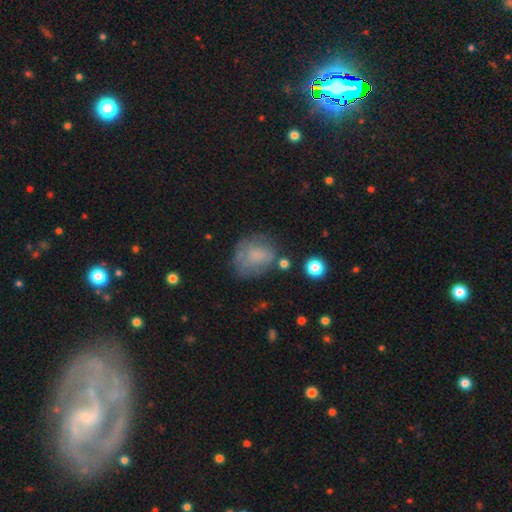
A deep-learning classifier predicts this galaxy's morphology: Smooth or featured?
  - smooth: 59% *
  - featured or disk: 30%
  - star or artifact: 12%
How rounded?
  - round: 52% *
  - in between: 47%
  - cigar-shaped: 1%
Merging?
  - none: 54% *
  - minor disturbance: 25%
  - major disturbance: 16%
  - merger: 5%